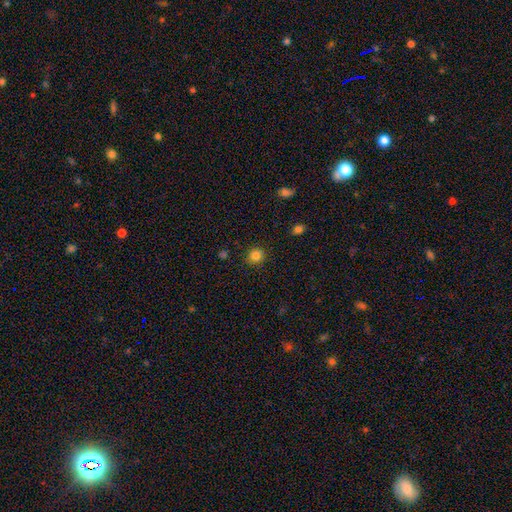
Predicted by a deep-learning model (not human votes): Smooth or featured?
  - smooth: 83% *
  - star or artifact: 12%
  - featured or disk: 5%
How rounded?
  - round: 87% *
  - in between: 12%
  - cigar-shaped: 1%
Merging?
  - none: 88% *
  - minor disturbance: 8%
  - major disturbance: 2%
  - merger: 1%